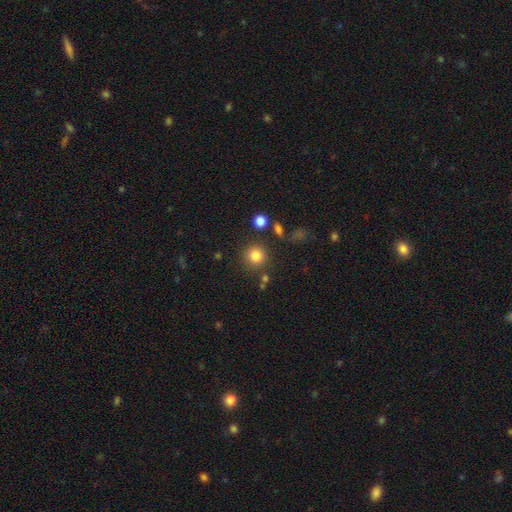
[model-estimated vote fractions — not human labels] smooth_or_featured: smooth (p=0.83) [alt: star or artifact p=0.12]
how_rounded: round (p=0.92) [alt: in between p=0.07]
merging: none (p=0.82) [alt: minor disturbance p=0.08]